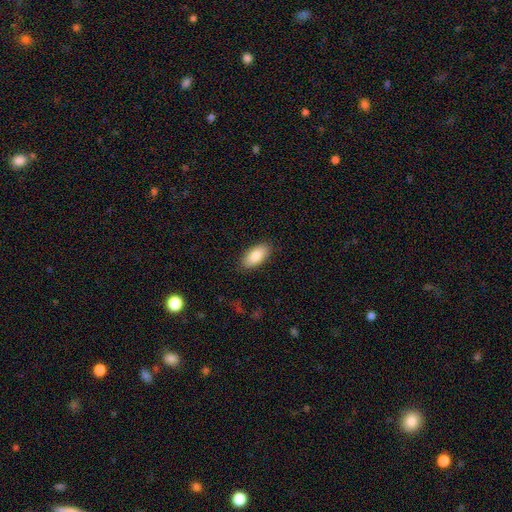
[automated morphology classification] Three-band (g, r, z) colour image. It shows a smooth galaxy with no disk features (86%) that is in between round and cigar-shaped (93%). Merging: none (88%).